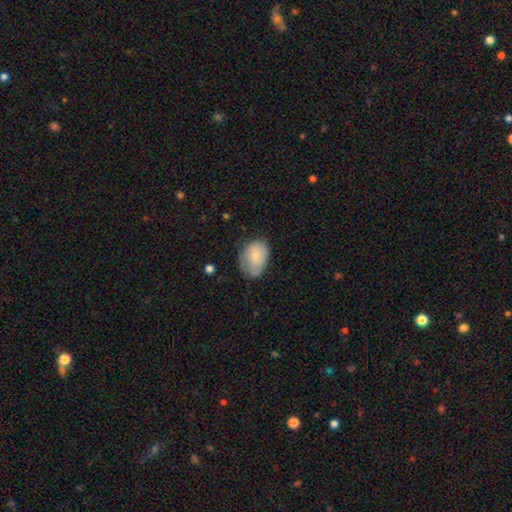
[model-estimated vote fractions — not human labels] Smooth or featured?
  - smooth: 73% *
  - featured or disk: 21%
  - star or artifact: 7%
How rounded?
  - in between: 80% *
  - round: 19%
  - cigar-shaped: 1%
Merging?
  - none: 53% *
  - minor disturbance: 34%
  - major disturbance: 10%
  - merger: 2%